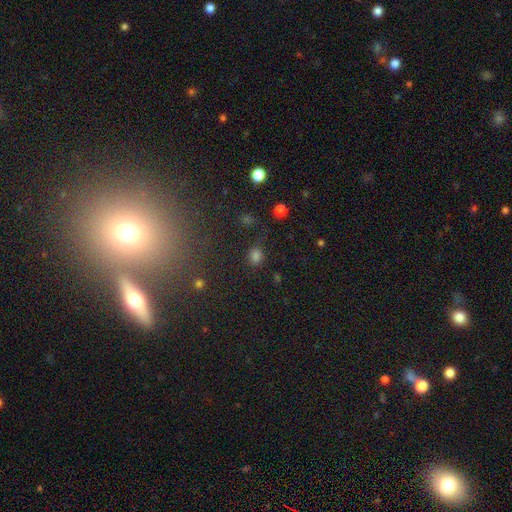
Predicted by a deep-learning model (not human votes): Smooth or featured?
  - smooth: 76% *
  - star or artifact: 18%
  - featured or disk: 6%
How rounded?
  - round: 63% *
  - in between: 36%
  - cigar-shaped: 1%
Merging?
  - none: 73% *
  - minor disturbance: 17%
  - major disturbance: 7%
  - merger: 4%